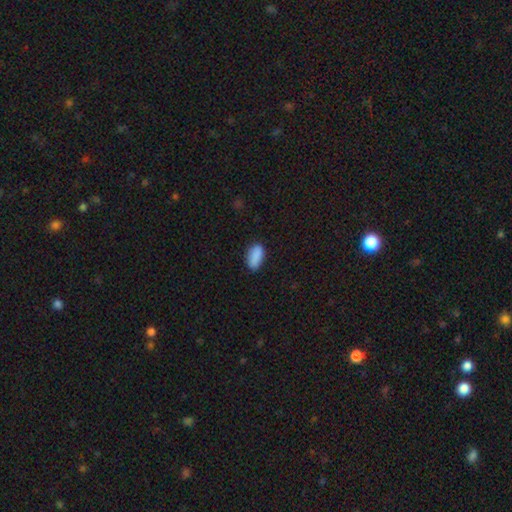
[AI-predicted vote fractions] Smooth or featured?
  - smooth: 89% *
  - star or artifact: 7%
  - featured or disk: 4%
How rounded?
  - in between: 90% *
  - cigar-shaped: 7%
  - round: 3%
Merging?
  - none: 82% *
  - minor disturbance: 14%
  - major disturbance: 3%
  - merger: 1%